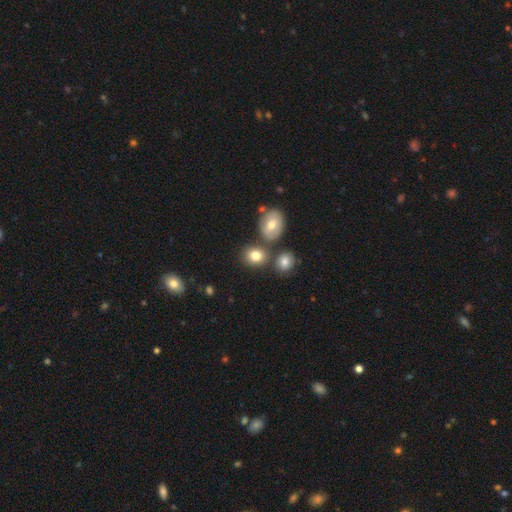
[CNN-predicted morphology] Smooth or featured? smooth (79%)
How rounded? round (63%)
Merging? none (67%)